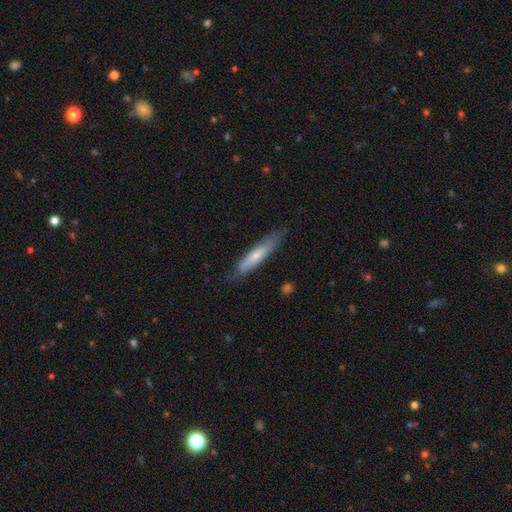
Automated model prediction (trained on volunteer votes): Smooth or featured?
  - smooth: 58% *
  - featured or disk: 36%
  - star or artifact: 6%
How rounded?
  - cigar-shaped: 87% *
  - in between: 12%
  - round: 1%
Merging?
  - none: 77% *
  - minor disturbance: 18%
  - major disturbance: 4%
  - merger: 1%